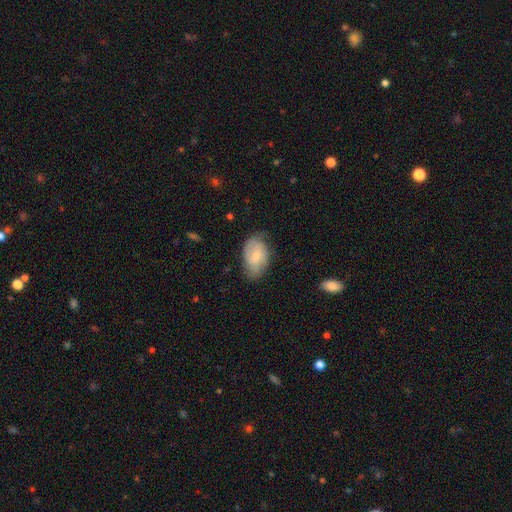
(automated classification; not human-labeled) Q: Smooth or featured?
A: smooth (54%); runner-up: featured or disk (39%)
Q: How rounded?
A: in between (91%); runner-up: round (8%)
Q: Merging?
A: none (65%); runner-up: minor disturbance (27%)